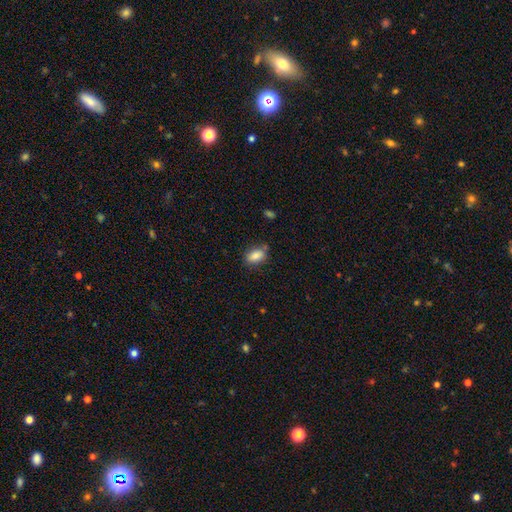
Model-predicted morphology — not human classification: This is clearly a smooth galaxy (84%). How rounded: clearly in between (85%). Merging: likely none (72%).